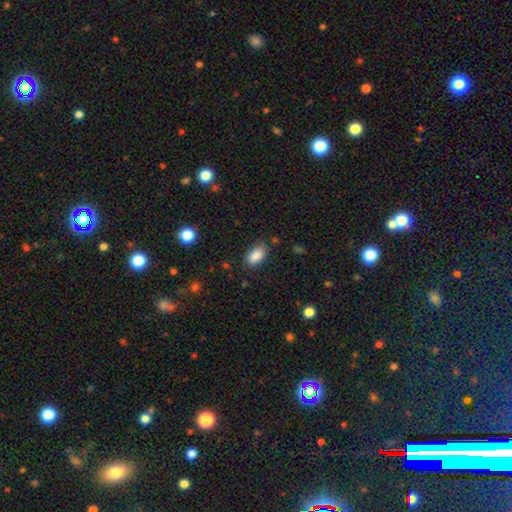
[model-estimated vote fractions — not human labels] smooth-or-featured: smooth: 87% | star or artifact: 8% | featured or disk: 5%
  how-rounded: in between: 93% | round: 5% | cigar-shaped: 3%
  merging: none: 79% | minor disturbance: 16% | major disturbance: 4% | merger: 2%